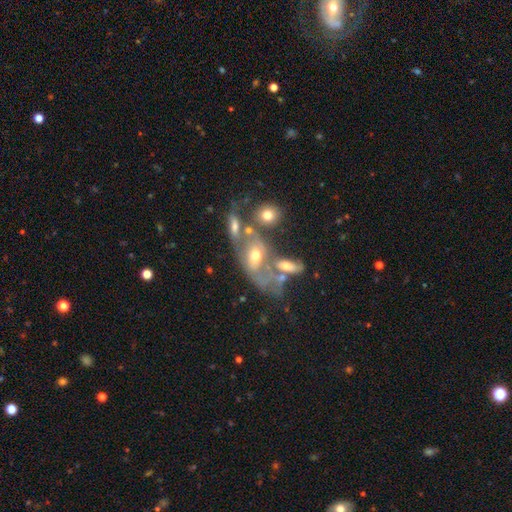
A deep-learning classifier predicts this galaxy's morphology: A featured or disk galaxy (53%).

Vote fractions:
- Smooth or featured? featured or disk: 53% / smooth: 35% / star or artifact: 12%
- Edge-on disk? no: 88% / yes: 12%
- Merging? merger: 41% / none: 26% / major disturbance: 17% / minor disturbance: 16%